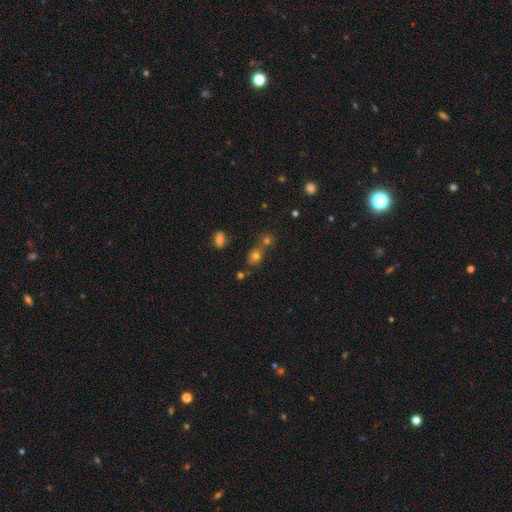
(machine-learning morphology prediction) smooth_or_featured: smooth (p=0.69) [alt: star or artifact p=0.20]
how_rounded: round (p=0.58) [alt: in between p=0.40]
merging: none (p=0.51) [alt: merger p=0.34]